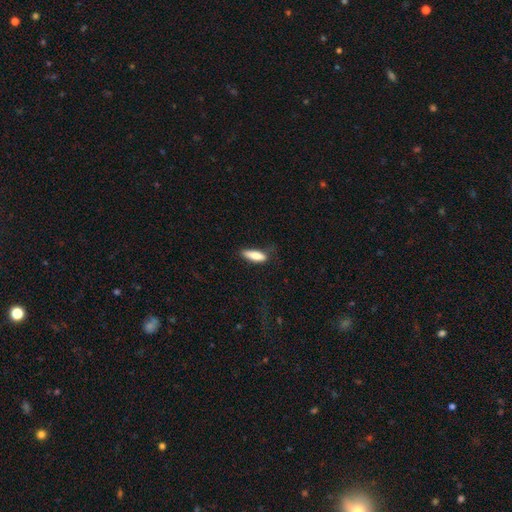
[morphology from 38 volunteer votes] smooth-or-featured: smooth: 89% | star or artifact: 8% | featured or disk: 3%
  how-rounded: in between: 76% | cigar-shaped: 24% | round: 0%
  merging: none: 60% | minor disturbance: 26% | major disturbance: 14% | merger: 0%